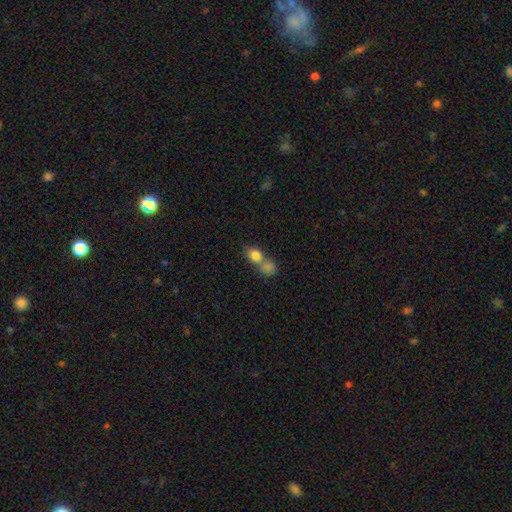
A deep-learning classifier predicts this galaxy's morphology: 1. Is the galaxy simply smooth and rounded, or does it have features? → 81% smooth, 10% star or artifact, 10% featured or disk.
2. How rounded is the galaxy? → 59% in between, 39% round, 2% cigar-shaped.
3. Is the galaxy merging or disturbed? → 60% merger, 29% none, 7% minor disturbance, 4% major disturbance.